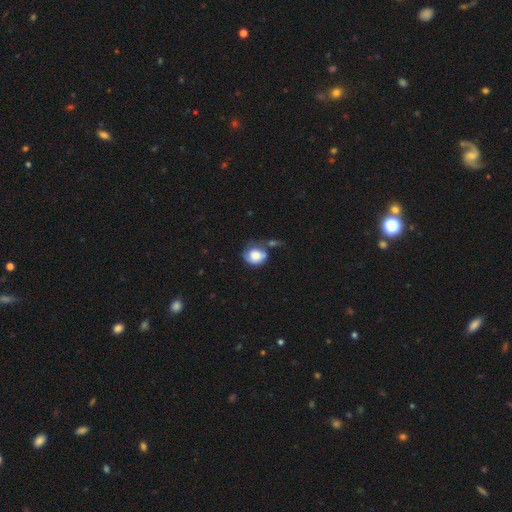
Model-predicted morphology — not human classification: Smooth or featured? smooth (72%)
How rounded? round (65%)
Merging? none (36%)